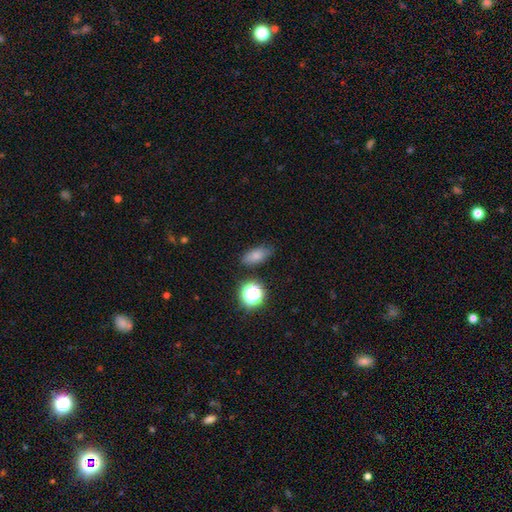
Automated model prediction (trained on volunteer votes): smooth-or-featured: smooth: 77% | star or artifact: 13% | featured or disk: 10%
  how-rounded: in between: 78% | round: 11% | cigar-shaped: 11%
  merging: none: 81% | minor disturbance: 13% | major disturbance: 3% | merger: 3%